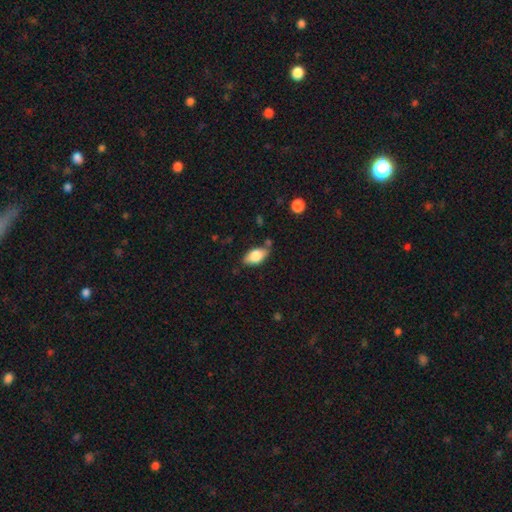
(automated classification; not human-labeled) Smooth or featured? Predicted: smooth (p=0.78). How rounded? Predicted: in between (p=0.91). Merging? Predicted: none (p=0.69).